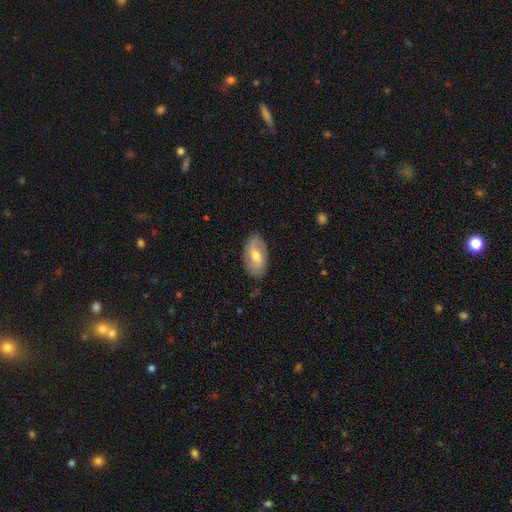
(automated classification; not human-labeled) A featured or disk galaxy (47%, tied with smooth).

Vote fractions:
- Smooth or featured? featured or disk: 47% (tied) / smooth: 47% (tied) / star or artifact: 6%
- Merging? none: 81% / minor disturbance: 15% / major disturbance: 3% / merger: 1%